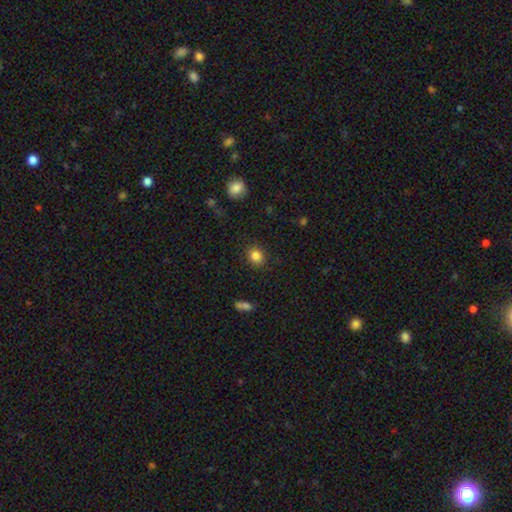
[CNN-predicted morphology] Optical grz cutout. It shows a smooth galaxy with no disk features (84%) that is round (67%). Merging: none (88%).